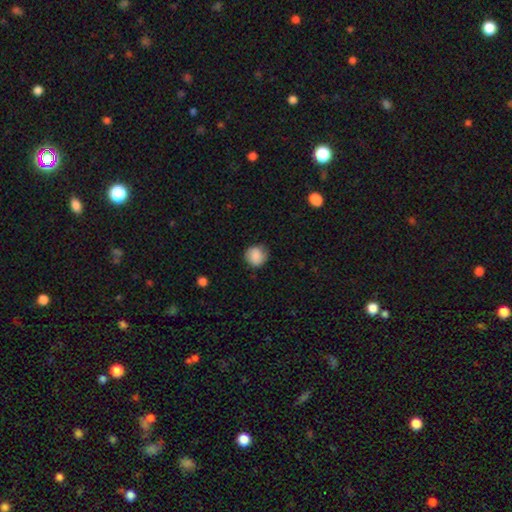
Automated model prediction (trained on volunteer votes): Overall: smooth (85%). How rounded: round (89%). Merging: none (81%).